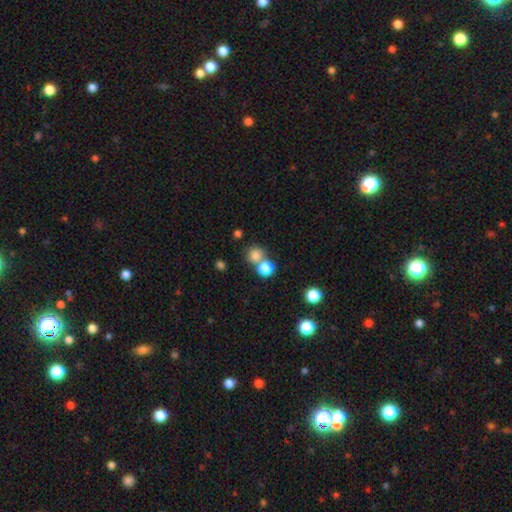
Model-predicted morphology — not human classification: smooth_or_featured: smooth (p=0.79) [alt: star or artifact p=0.15]
how_rounded: round (p=0.87) [alt: in between p=0.12]
merging: none (p=0.60) [alt: merger p=0.28]